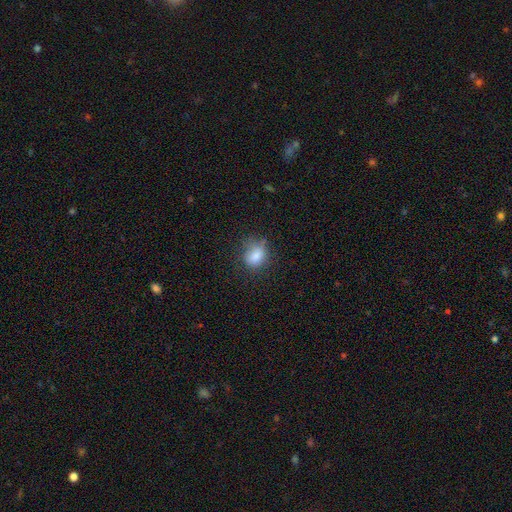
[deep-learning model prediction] smooth_or_featured: smooth (p=0.81) [alt: star or artifact p=0.10]
how_rounded: round (p=0.52) [alt: in between p=0.47]
merging: none (p=0.62) [alt: minor disturbance p=0.26]